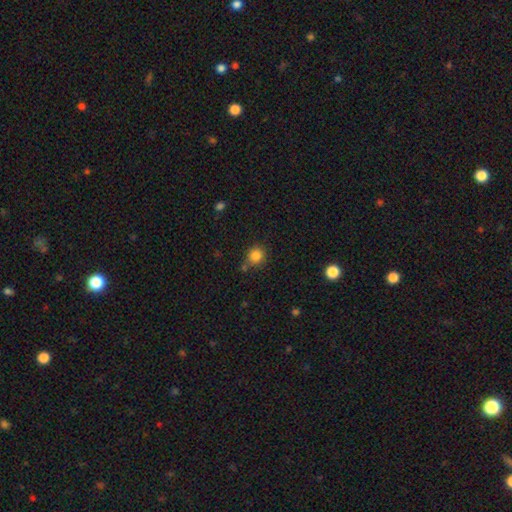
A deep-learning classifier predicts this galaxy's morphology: Smooth or featured? smooth (84%)
How rounded? round (87%)
Merging? none (75%)